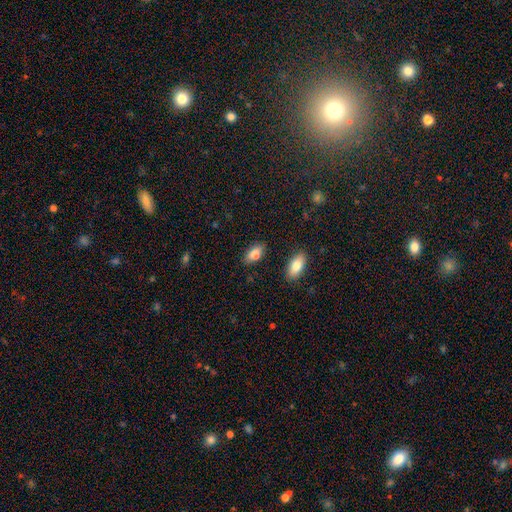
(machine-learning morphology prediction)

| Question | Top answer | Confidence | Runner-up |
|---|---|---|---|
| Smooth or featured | smooth | 84% | featured or disk (9%) |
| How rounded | in between | 91% | cigar-shaped (6%) |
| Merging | none | 80% | minor disturbance (13%) |